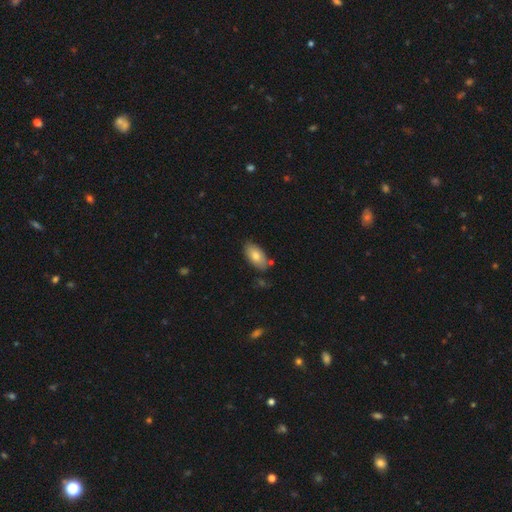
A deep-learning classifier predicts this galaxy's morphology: type=smooth (78%); roundness=in between (94%); merging=none (79%).